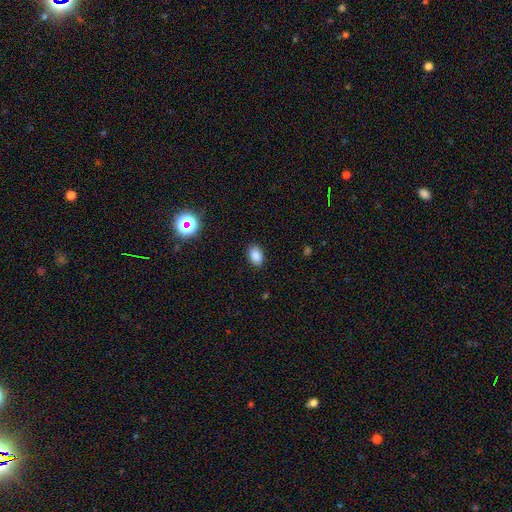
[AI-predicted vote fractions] Morphology: type=smooth (86%); roundness=in between (85%); merging=none (87%).